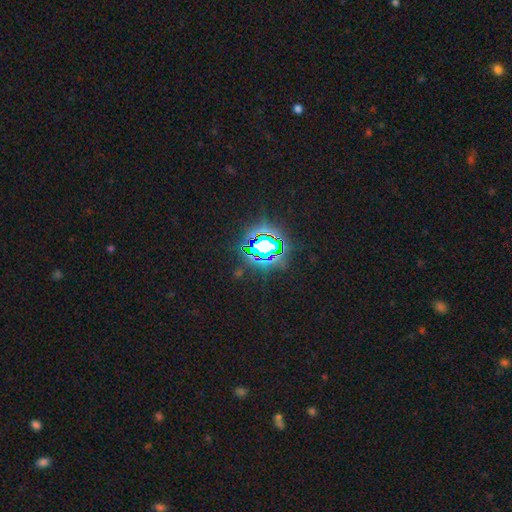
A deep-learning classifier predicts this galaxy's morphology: Smooth or featured?
  - star or artifact: 84% *
  - smooth: 10%
  - featured or disk: 6%